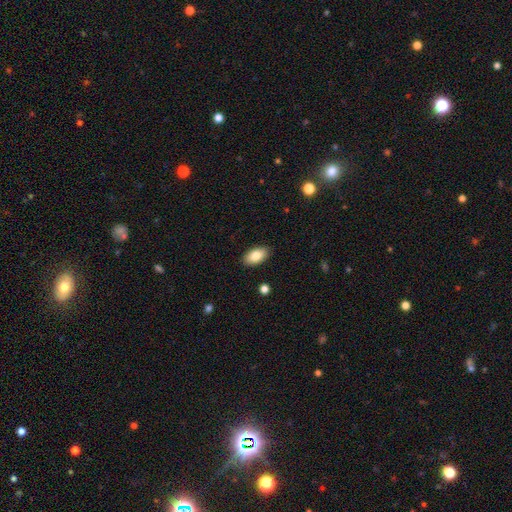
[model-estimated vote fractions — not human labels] smooth-or-featured: smooth: 84% | featured or disk: 9% | star or artifact: 7%
  how-rounded: in between: 94% | round: 4% | cigar-shaped: 3%
  merging: none: 88% | minor disturbance: 8% | major disturbance: 2% | merger: 1%